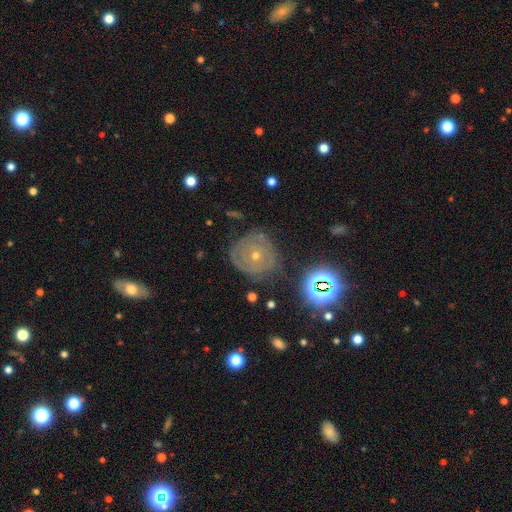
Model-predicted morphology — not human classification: Smooth or featured?
  - featured or disk: 69% *
  - smooth: 17%
  - star or artifact: 15%
Edge-on disk?
  - no: 97% *
  - yes: 3%
Bar?
  - no: 84% *
  - weak: 12%
  - strong: 4%
Spiral arms?
  - yes: 81% *
  - no: 19%
Spiral winding?
  - tight: 80% *
  - medium: 16%
  - loose: 4%
Spiral arm count?
  - can't tell: 45% *
  - 2: 24%
  - 3: 15%
  - 1: 7%
  - 4: 6%
  - more than 4: 4%
Bulge size?
  - small: 60% *
  - moderate: 37%
  - large: 1%
  - none: 1%
  - dominant: 1%
Merging?
  - none: 74% *
  - minor disturbance: 18%
  - major disturbance: 6%
  - merger: 2%